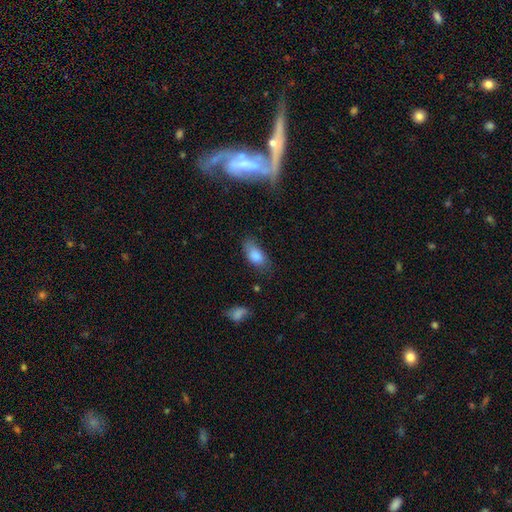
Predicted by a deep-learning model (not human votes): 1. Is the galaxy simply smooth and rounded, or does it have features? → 83% smooth, 10% featured or disk, 8% star or artifact.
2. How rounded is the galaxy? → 88% in between, 7% cigar-shaped, 5% round.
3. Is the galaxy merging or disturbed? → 63% none, 27% minor disturbance, 8% major disturbance, 2% merger.